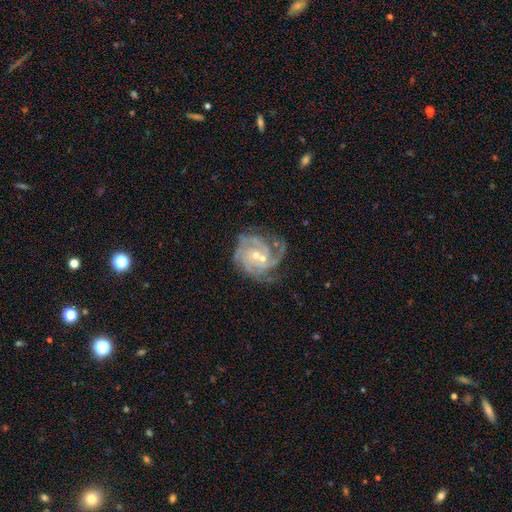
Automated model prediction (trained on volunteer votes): Overall: featured or disk (88%). Edge-on disk: no (98%). Bar: no (61%; weak 31%). Spiral arms: yes (97%). Spiral arm count: 3 (34%; 4 27%). Spiral winding: tight (61%; medium 32%). Bulge size: small (62%; moderate 35%). Merging: none (64%).